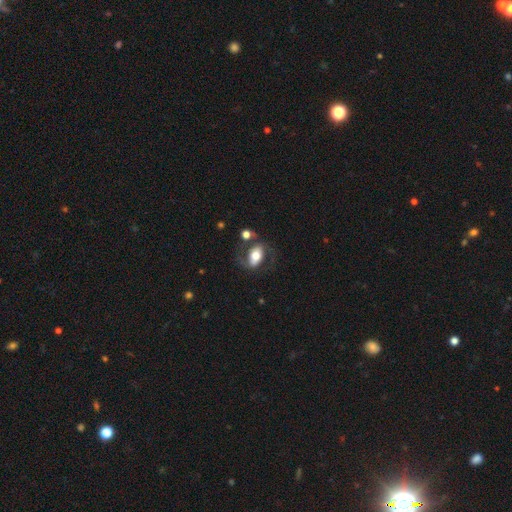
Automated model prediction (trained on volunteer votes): smooth_or_featured: featured or disk (p=0.54) [alt: smooth p=0.39]
disk_edge_on: no (p=0.92) [alt: yes p=0.08]
merging: none (p=0.56) [alt: minor disturbance p=0.18]